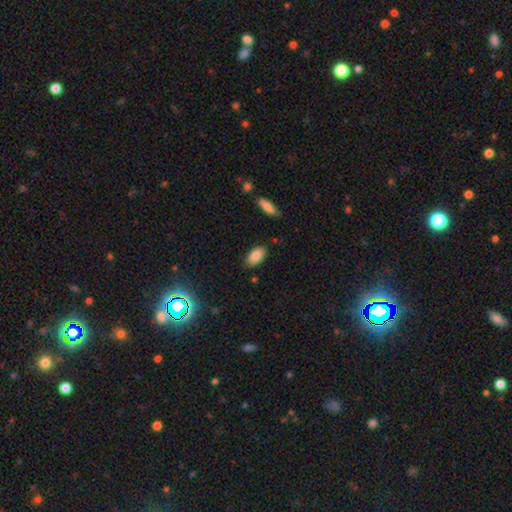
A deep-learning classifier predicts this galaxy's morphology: A smooth galaxy with no disk features (85%) that is in between round and cigar-shaped (92%).

Vote fractions:
- Smooth or featured? smooth: 85% / star or artifact: 8% / featured or disk: 7%
- How rounded? in between: 92% / cigar-shaped: 5% / round: 3%
- Merging? none: 81% / minor disturbance: 14% / major disturbance: 3% / merger: 2%